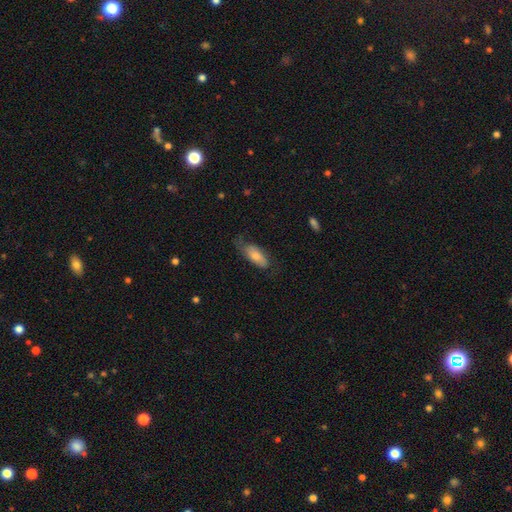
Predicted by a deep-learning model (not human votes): The model was most divided on "merging": none: 54%, minor disturbance: 32%, major disturbance: 12%, merger: 2%. More confident: how rounded — in between (81%); smooth or featured — smooth (67%).